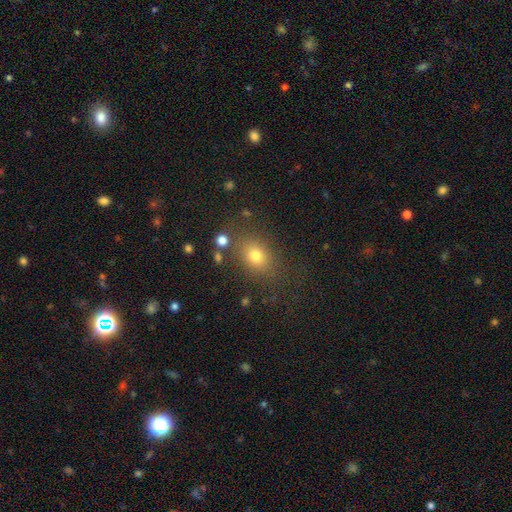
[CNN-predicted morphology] This is likely a smooth galaxy (74%). How rounded: possibly in between (56%). Merging: likely none (78%).